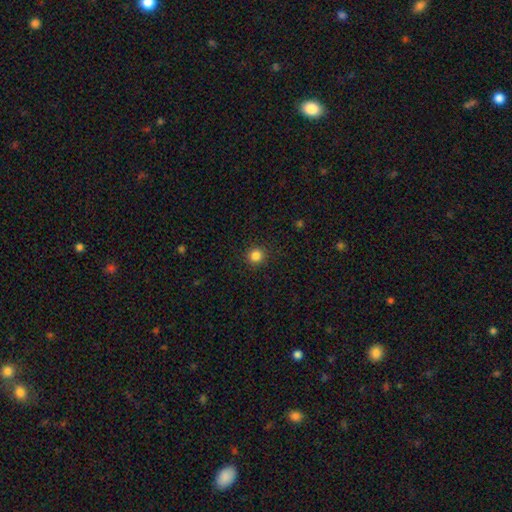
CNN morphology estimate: This appears to be a smooth galaxy with no disk features (84%) that is round (94%). Merging: none (92%).